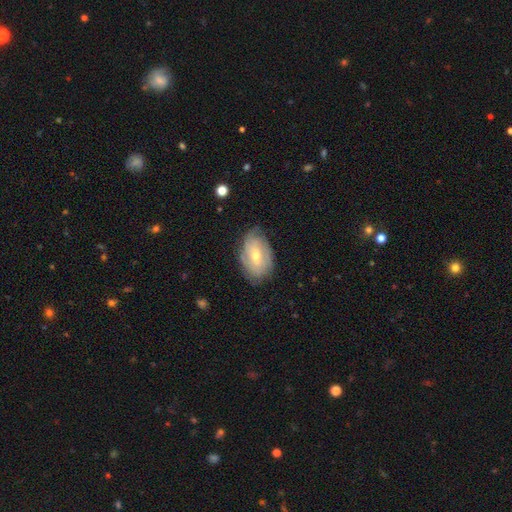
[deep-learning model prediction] The model was most divided on "bulge size": small: 50%, moderate: 47%, large: 2%, none: 1%, dominant: 1%. More confident: edge-on disk — no (94%); spiral arms — yes (79%); merging — none (69%); smooth or featured — featured or disk (64%); bar — no (53%).